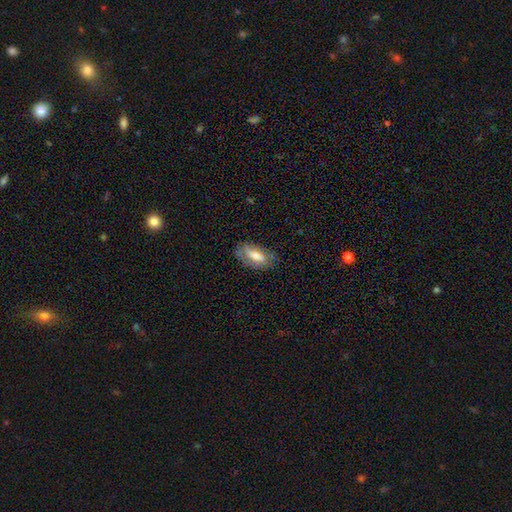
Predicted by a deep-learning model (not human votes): This is likely a smooth galaxy (61%). How rounded: clearly in between (84%). Merging: likely none (73%).